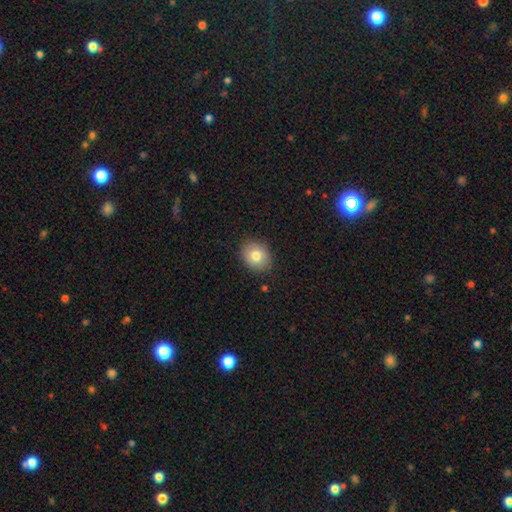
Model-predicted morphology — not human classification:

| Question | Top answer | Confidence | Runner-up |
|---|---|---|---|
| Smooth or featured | smooth | 80% | featured or disk (11%) |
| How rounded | round | 57% | in between (42%) |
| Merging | none | 87% | minor disturbance (10%) |